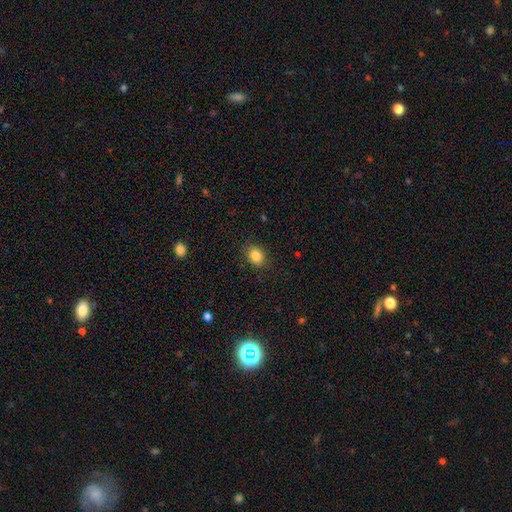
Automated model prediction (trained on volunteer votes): Q: Smooth or featured?
A: smooth (85%); runner-up: star or artifact (10%)
Q: How rounded?
A: in between (59%); runner-up: round (40%)
Q: Merging?
A: none (87%); runner-up: minor disturbance (10%)